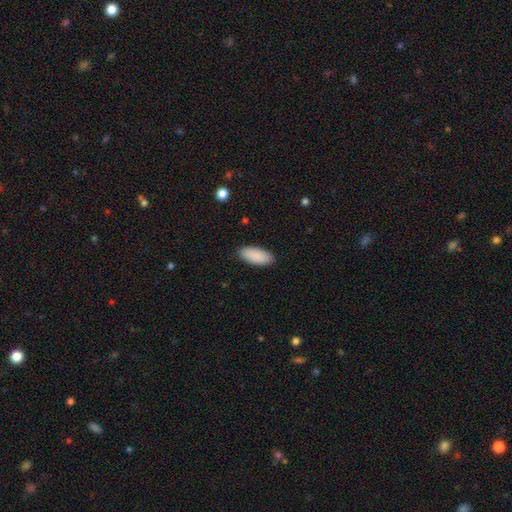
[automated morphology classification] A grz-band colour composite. It shows a smooth galaxy with no disk features (91%) that is in between round and cigar-shaped (89%). Merging: none (89%).